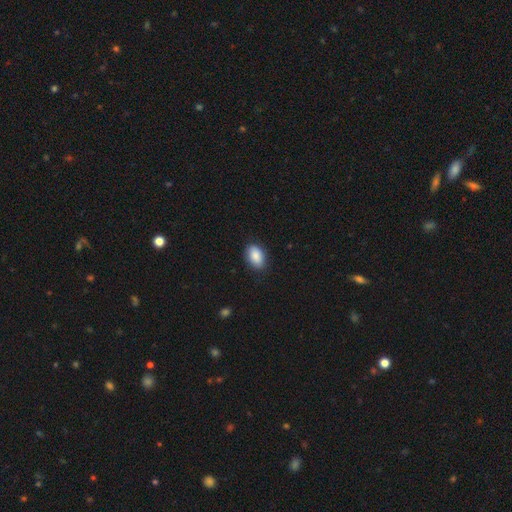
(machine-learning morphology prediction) A smooth galaxy with no disk features (88%) that is in between round and cigar-shaped (88%). Merging: none (85%).